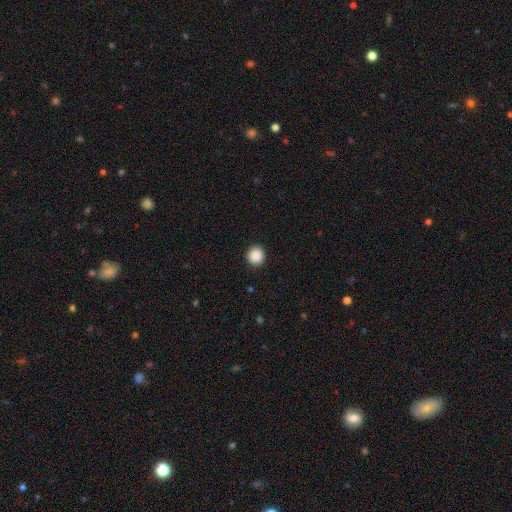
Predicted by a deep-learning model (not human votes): Q: Smooth or featured?
A: smooth (89%); runner-up: star or artifact (9%)
Q: How rounded?
A: round (93%); runner-up: in between (6%)
Q: Merging?
A: none (92%); runner-up: minor disturbance (5%)